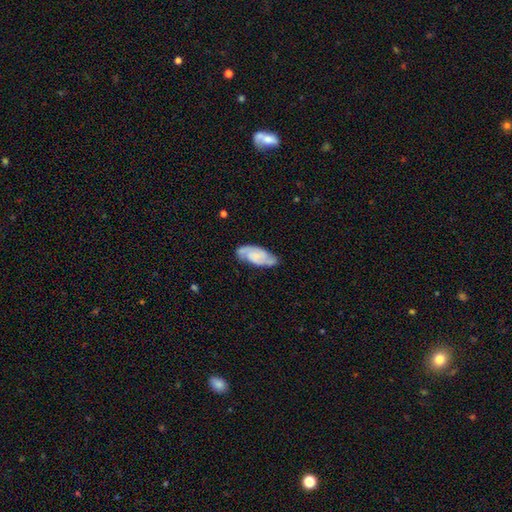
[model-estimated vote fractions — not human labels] Smooth or featured: featured or disk — 66% (smooth — 28%)
Edge-on disk: no — 93% (yes — 7%)
Bar: no — 63% (weak — 30%)
Spiral arms: yes — 92% (no — 8%)
Spiral winding: medium — 44% (tight — 42%)
Spiral arm count: 2 — 77% (can't tell — 13%)
Bulge size: small — 43% (none — 33%)
Merging: none — 68% (minor disturbance — 23%)